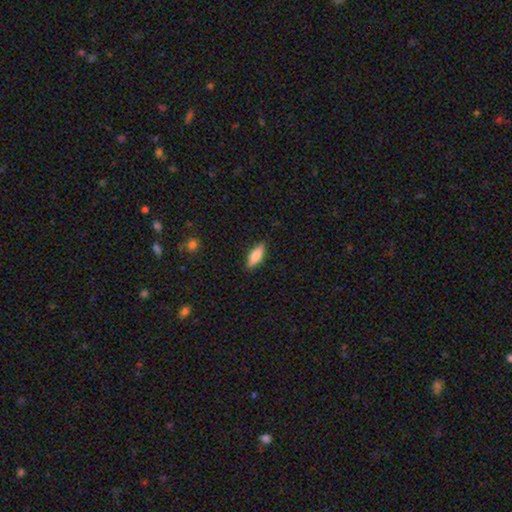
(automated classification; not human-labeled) A smooth galaxy with no disk features (80%) that is in between round and cigar-shaped (62%).

Vote fractions:
- Smooth or featured? smooth: 80% / featured or disk: 14% / star or artifact: 6%
- How rounded? in between: 62% / cigar-shaped: 36% / round: 2%
- Merging? none: 87% / minor disturbance: 9% / major disturbance: 2% / merger: 1%